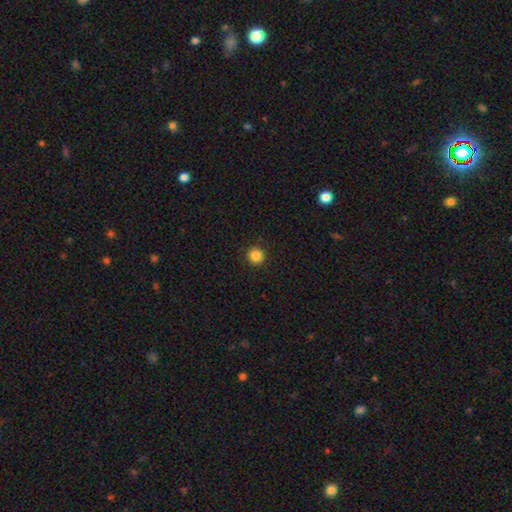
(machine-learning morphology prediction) Smooth or featured? smooth (85%)
How rounded? round (95%)
Merging? none (93%)